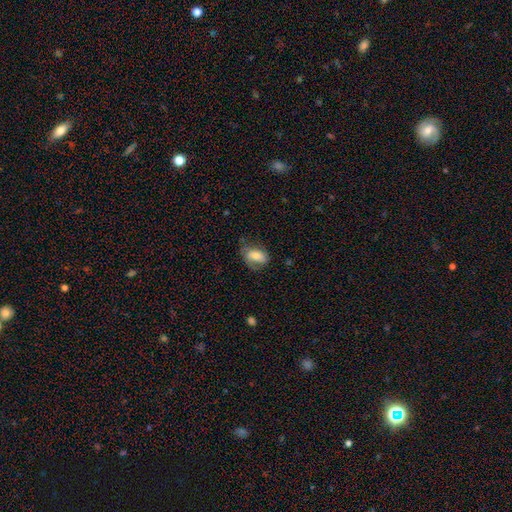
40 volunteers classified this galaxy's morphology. Smooth or featured? 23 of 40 (57%) said smooth. How rounded? 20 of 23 (87%) said in between. Merging? 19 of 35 (54%) said none.